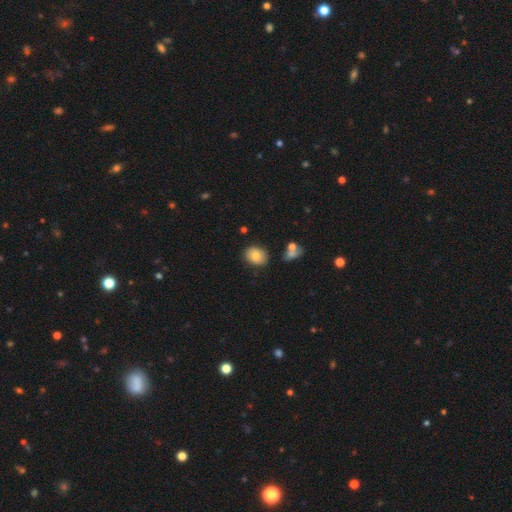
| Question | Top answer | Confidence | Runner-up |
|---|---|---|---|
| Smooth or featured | smooth | 79% | featured or disk (16%) |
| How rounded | round | 53% | in between (47%) |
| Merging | none | 78% | minor disturbance (22%) |